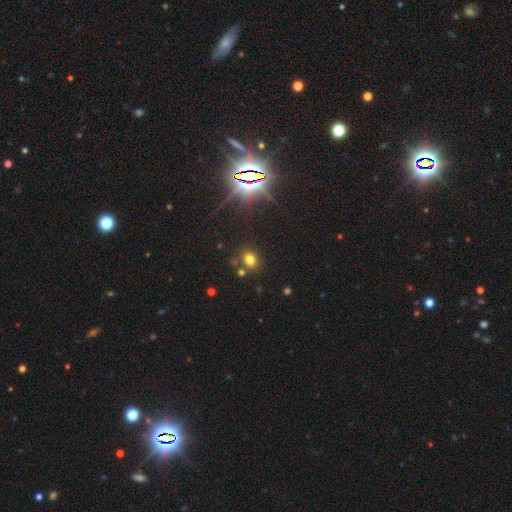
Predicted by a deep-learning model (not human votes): Overall: star or artifact (49%; smooth 41%).